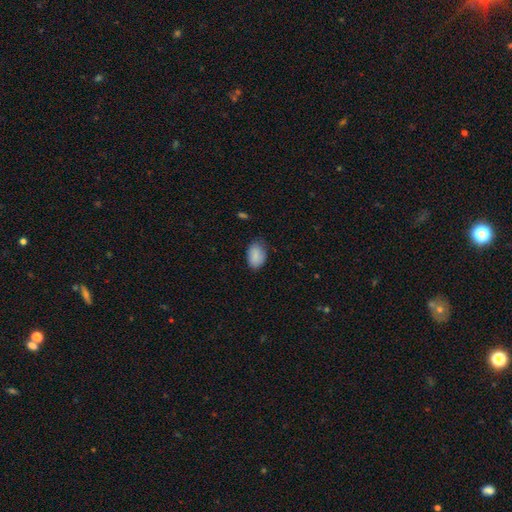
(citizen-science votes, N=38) A smooth galaxy with no disk features (89%) that is in between round and cigar-shaped (94%).

Vote fractions:
- Smooth or featured? smooth: 89% / featured or disk: 8% / star or artifact: 3%
- How rounded? in between: 94% / round: 6% / cigar-shaped: 0%
- Merging? none: 62% / minor disturbance: 35% / major disturbance: 3% / merger: 0%